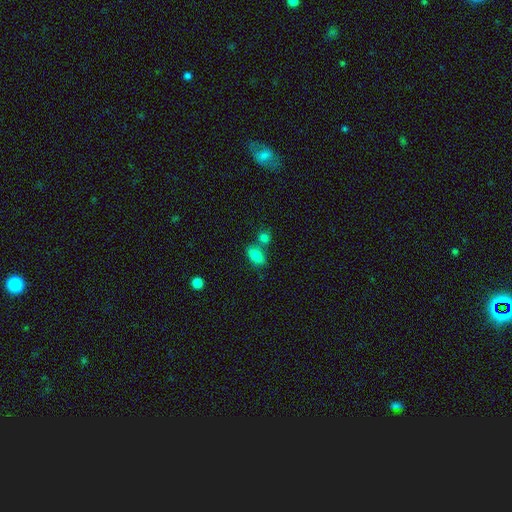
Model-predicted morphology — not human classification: Q: Smooth or featured?
A: smooth (82%); runner-up: star or artifact (9%)
Q: How rounded?
A: in between (86%); runner-up: round (8%)
Q: Merging?
A: none (59%); runner-up: merger (24%)